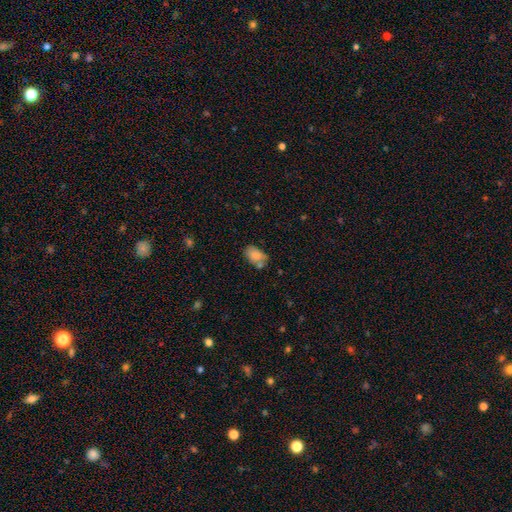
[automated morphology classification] A smooth galaxy with no disk features (81%) that is in between round and cigar-shaped (87%). Merging: none (57%).